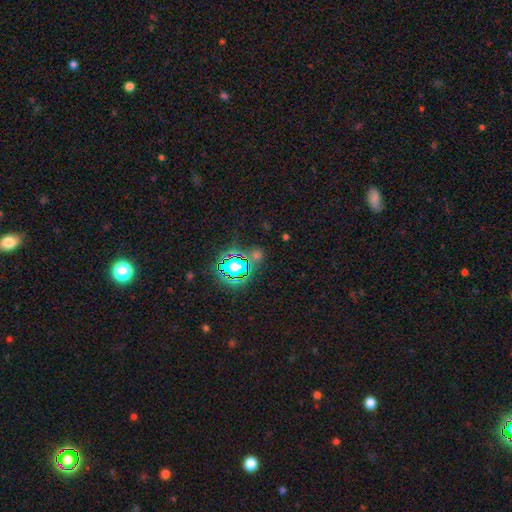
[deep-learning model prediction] A star or artifact, not a galaxy (65%).

Vote fractions:
- Smooth or featured? star or artifact: 65% / smooth: 26% / featured or disk: 9%